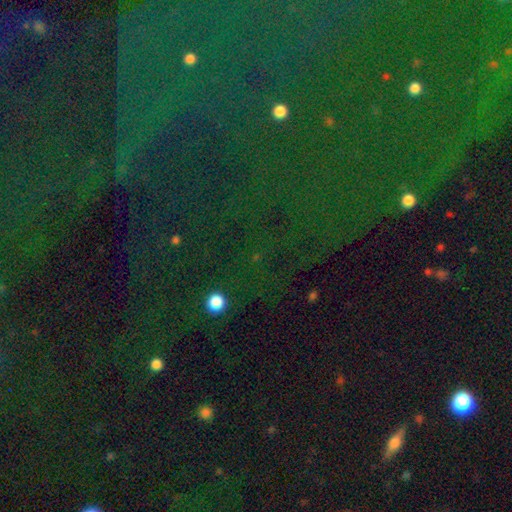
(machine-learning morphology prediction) Q: Smooth or featured?
A: star or artifact (78%); runner-up: smooth (13%)